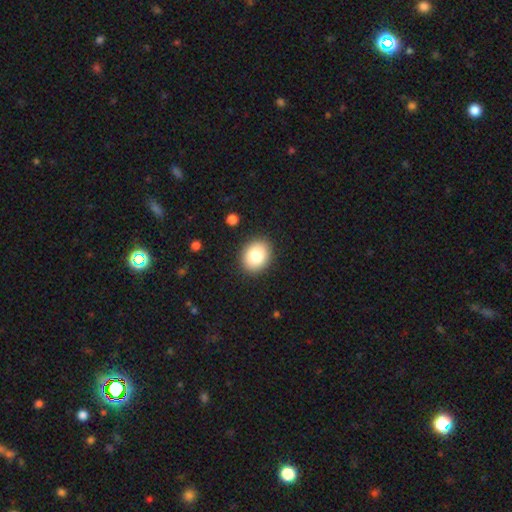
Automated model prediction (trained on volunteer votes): Smooth or featured? Predicted: smooth (p=0.82). How rounded? Predicted: round (p=0.52). Merging? Predicted: none (p=0.90).